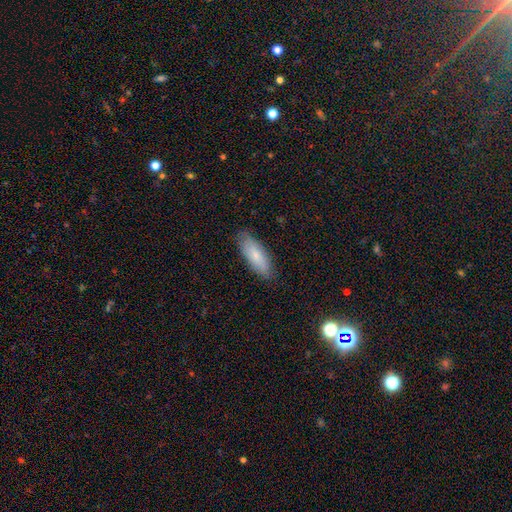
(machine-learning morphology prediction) Smooth or featured?
  - smooth: 77% *
  - featured or disk: 17%
  - star or artifact: 6%
How rounded?
  - in between: 68% *
  - cigar-shaped: 30%
  - round: 2%
Merging?
  - none: 84% *
  - minor disturbance: 12%
  - major disturbance: 2%
  - merger: 1%